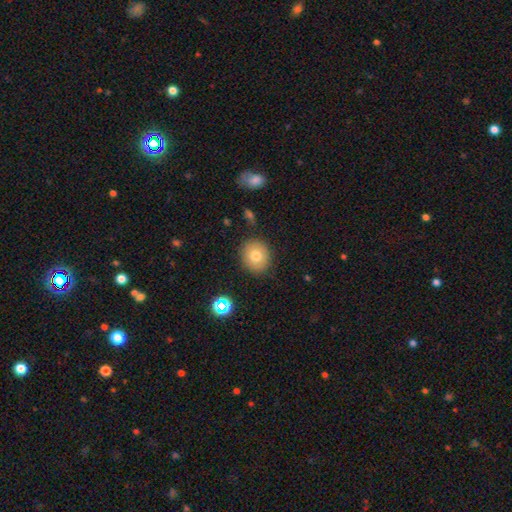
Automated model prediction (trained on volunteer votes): smooth 76%, featured or disk 13%, star or artifact 11%. Down the decision tree: how rounded — round (79%); merging — none (87%).